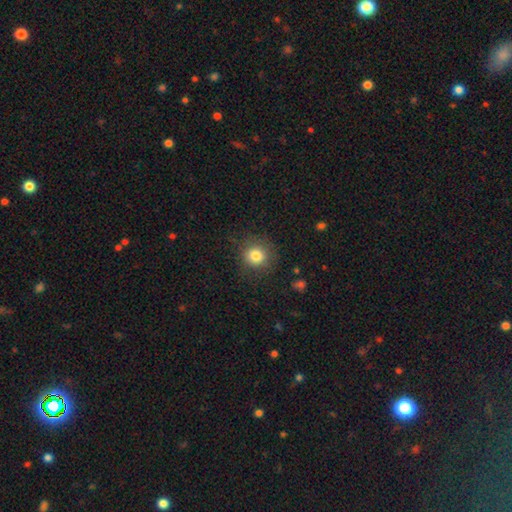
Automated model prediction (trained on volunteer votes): Smooth or featured? Predicted: smooth (p=0.82). How rounded? Predicted: round (p=0.92). Merging? Predicted: none (p=0.85).